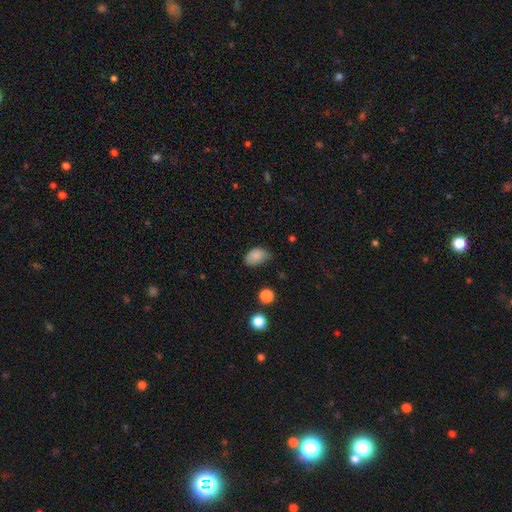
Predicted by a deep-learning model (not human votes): smooth 84%, star or artifact 9%, featured or disk 7%. Down the decision tree: how rounded — in between (85%); merging — none (57%).